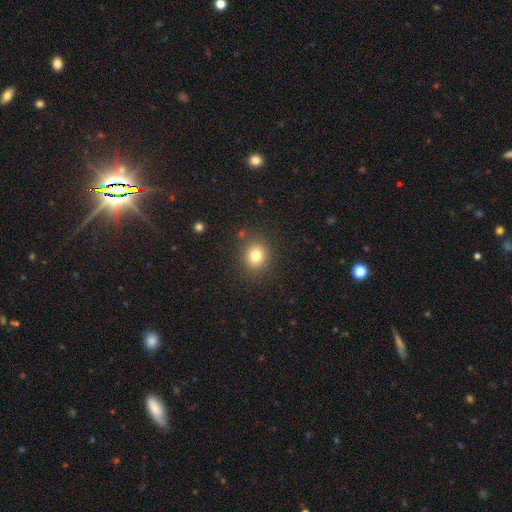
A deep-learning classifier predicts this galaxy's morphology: smooth-or-featured: smooth: 79% | star or artifact: 13% | featured or disk: 8%
  how-rounded: round: 78% | in between: 21% | cigar-shaped: 1%
  merging: none: 86% | minor disturbance: 9% | major disturbance: 3% | merger: 2%